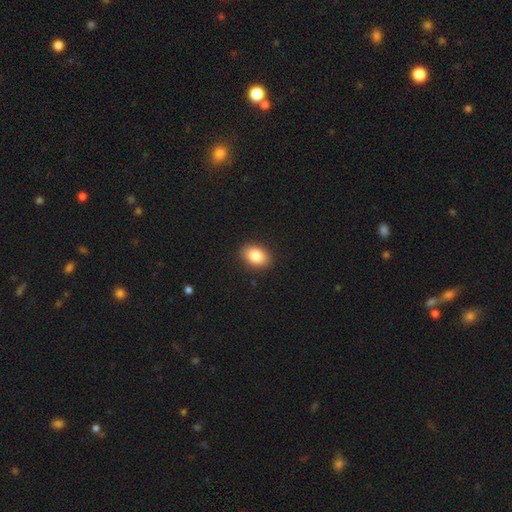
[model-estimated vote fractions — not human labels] Smooth or featured? Predicted: smooth (p=0.85). How rounded? Predicted: in between (p=0.81). Merging? Predicted: none (p=0.90).